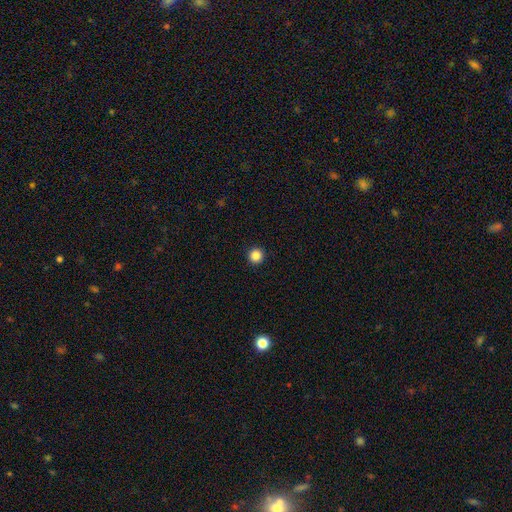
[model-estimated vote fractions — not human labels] smooth_or_featured: smooth (p=0.85) [alt: star or artifact p=0.11]
how_rounded: round (p=0.96) [alt: in between p=0.03]
merging: none (p=0.94) [alt: minor disturbance p=0.04]